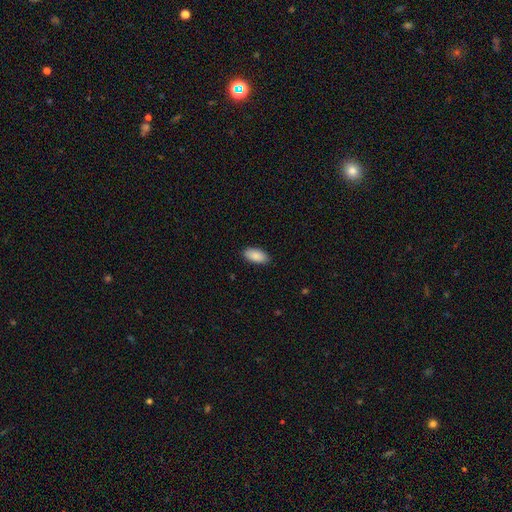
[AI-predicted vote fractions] Smooth or featured?
  - smooth: 89% *
  - star or artifact: 6%
  - featured or disk: 4%
How rounded?
  - in between: 94% *
  - cigar-shaped: 4%
  - round: 2%
Merging?
  - none: 89% *
  - minor disturbance: 8%
  - major disturbance: 2%
  - merger: 1%